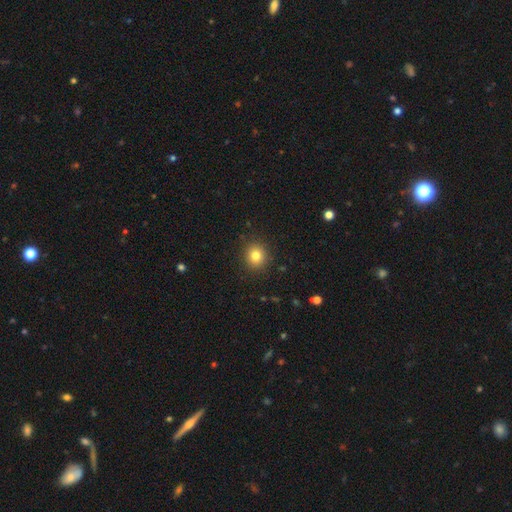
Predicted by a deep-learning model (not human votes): A smooth galaxy with no disk features (81%) that is round (83%). Merging: none (90%).